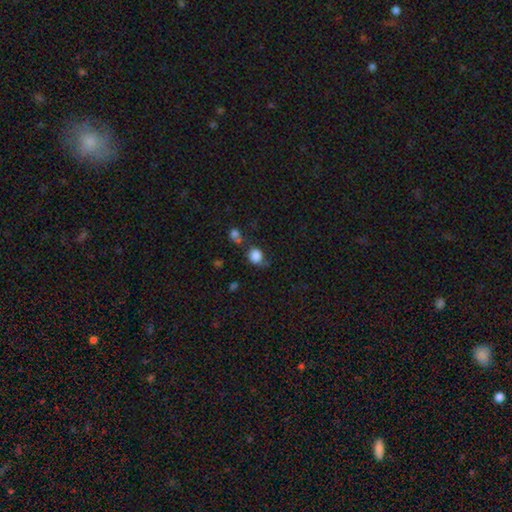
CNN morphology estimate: Q: Smooth or featured?
A: smooth (83%); runner-up: star or artifact (11%)
Q: How rounded?
A: round (70%); runner-up: in between (29%)
Q: Merging?
A: none (54%); runner-up: minor disturbance (25%)